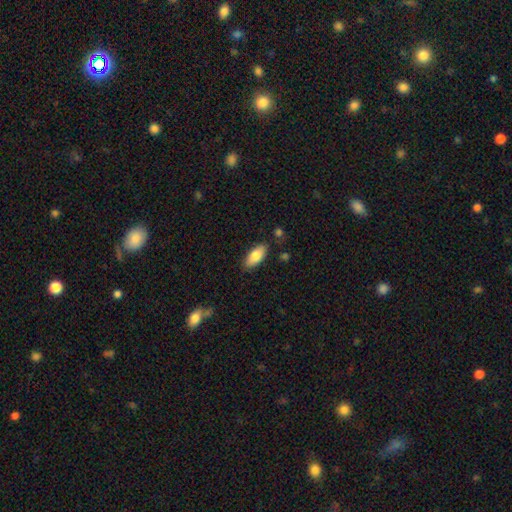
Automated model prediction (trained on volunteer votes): Smooth or featured? smooth (80%)
How rounded? in between (87%)
Merging? none (83%)